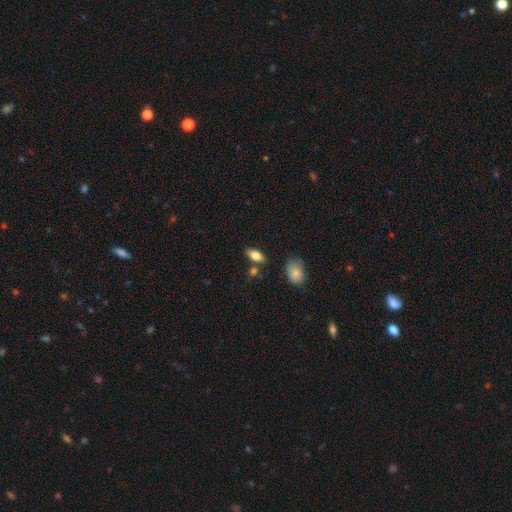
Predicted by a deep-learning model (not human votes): Smooth or featured? smooth (76%)
How rounded? in between (86%)
Merging? none (77%)